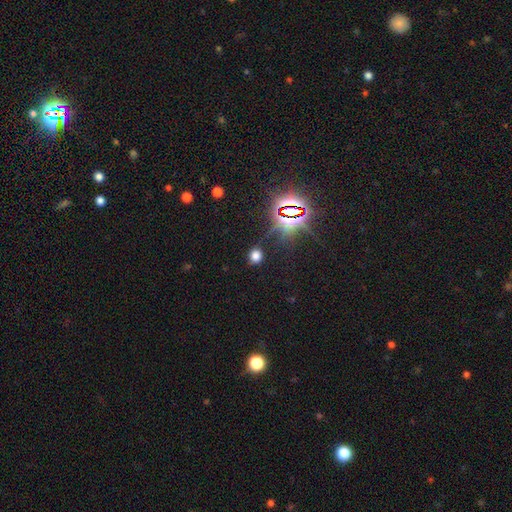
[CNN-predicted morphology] smooth-or-featured: smooth: 63% | star or artifact: 31% | featured or disk: 6%
  how-rounded: round: 74% | in between: 24% | cigar-shaped: 2%
  merging: none: 80% | minor disturbance: 12% | major disturbance: 5% | merger: 3%